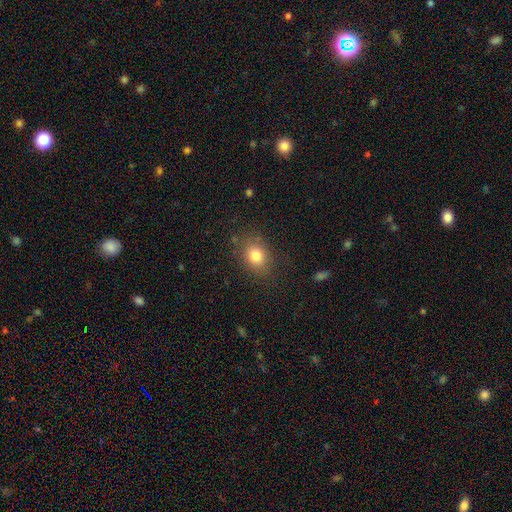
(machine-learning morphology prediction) Q: Smooth or featured?
A: smooth (80%); runner-up: star or artifact (11%)
Q: How rounded?
A: round (52%); runner-up: in between (47%)
Q: Merging?
A: none (81%); runner-up: minor disturbance (13%)